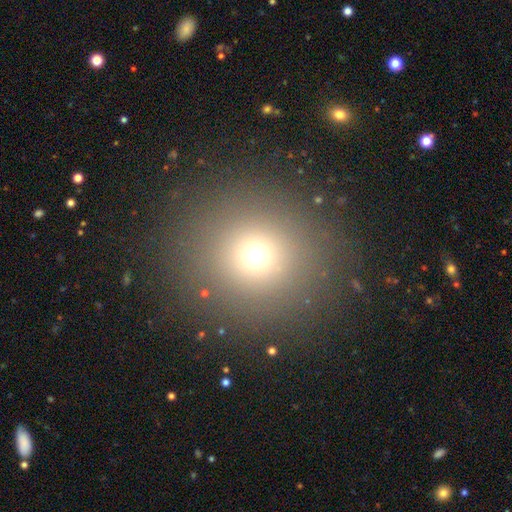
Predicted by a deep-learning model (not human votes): smooth 67%, star or artifact 23%, featured or disk 9%. Down the decision tree: how rounded — round (92%); merging — none (89%).